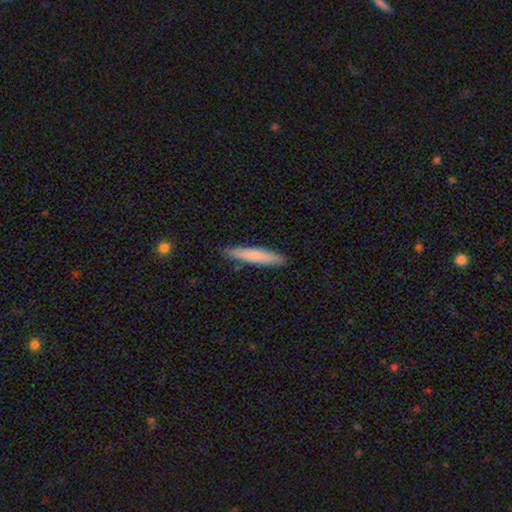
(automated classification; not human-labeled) This is likely a smooth galaxy (77%). How rounded: clearly cigar-shaped (91%). Merging: clearly none (88%).